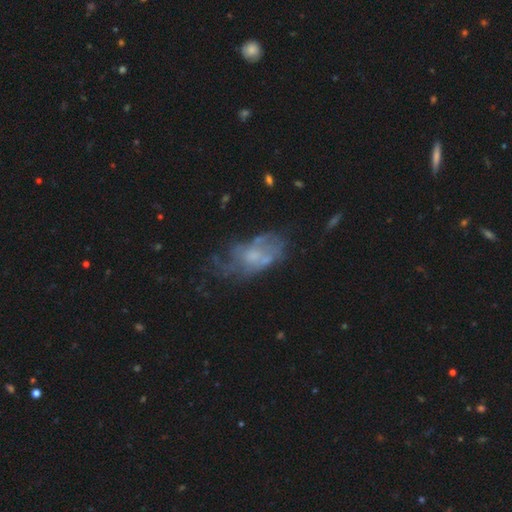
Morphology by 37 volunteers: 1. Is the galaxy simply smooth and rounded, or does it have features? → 62% featured or disk, 32% smooth, 5% star or artifact.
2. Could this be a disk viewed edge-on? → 96% no, 4% yes.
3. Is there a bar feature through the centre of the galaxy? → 77% no, 14% weak, 9% strong.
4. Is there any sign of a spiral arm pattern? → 55% no, 45% yes.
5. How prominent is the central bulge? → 45% small, 32% moderate, 23% none, 0% dominant, 0% large.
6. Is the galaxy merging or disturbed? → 49% none, 26% major disturbance, 17% minor disturbance, 9% merger.